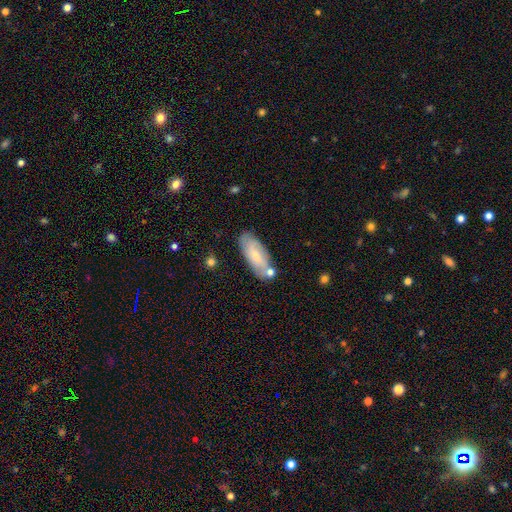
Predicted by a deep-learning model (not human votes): A smooth galaxy with no disk features (65%) that is in between round and cigar-shaped (77%). Merging: none (71%).